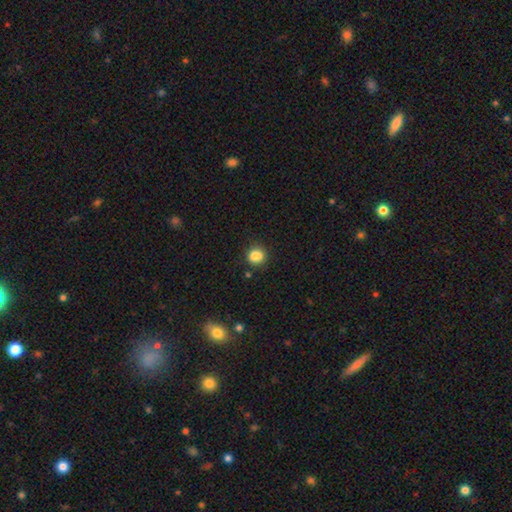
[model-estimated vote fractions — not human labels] The model was most divided on "how rounded": round: 66%, in between: 33%, cigar-shaped: 1%. More confident: smooth or featured — smooth (81%); merging — none (67%).